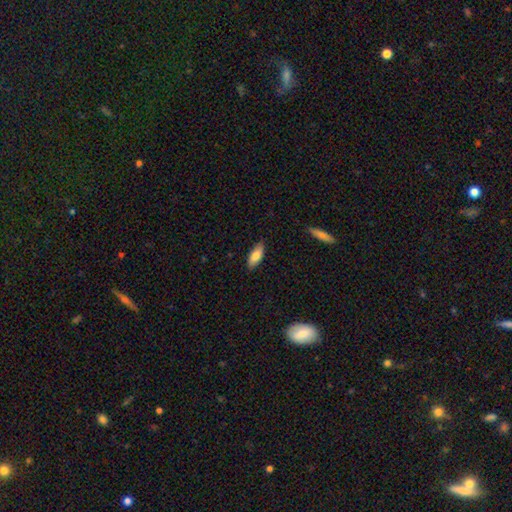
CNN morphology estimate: A smooth galaxy with no disk features (80%) that is in between round and cigar-shaped (80%).

Vote fractions:
- Smooth or featured? smooth: 80% / featured or disk: 14% / star or artifact: 6%
- How rounded? in between: 80% / cigar-shaped: 18% / round: 2%
- Merging? none: 83% / minor disturbance: 13% / major disturbance: 2% / merger: 1%